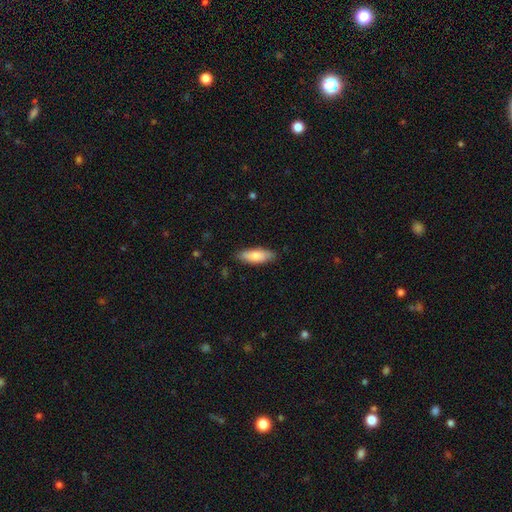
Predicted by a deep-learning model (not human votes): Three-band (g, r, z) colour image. It shows a smooth galaxy with no disk features (79%) that is in between round and cigar-shaped (63%). Merging: none (84%).